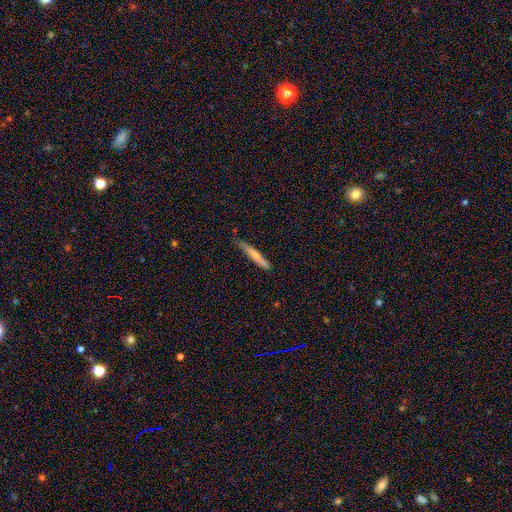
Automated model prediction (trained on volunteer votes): This appears to be a smooth galaxy with no disk features (63%) that is cigar-shaped (95%). Merging: none (76%).